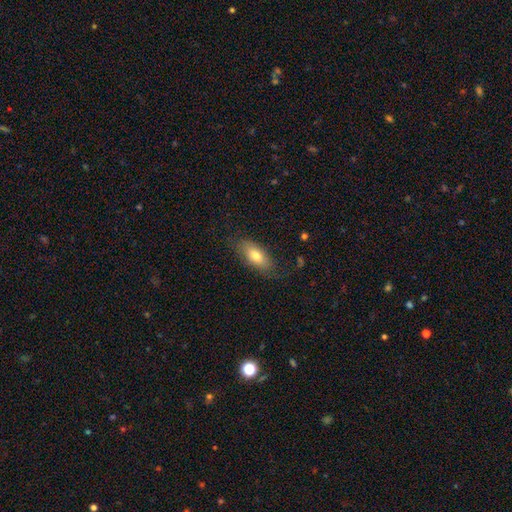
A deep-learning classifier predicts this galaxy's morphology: The model was most divided on "smooth or featured": smooth: 72%, featured or disk: 21%, star or artifact: 7%. More confident: how rounded — in between (82%); merging — none (76%).